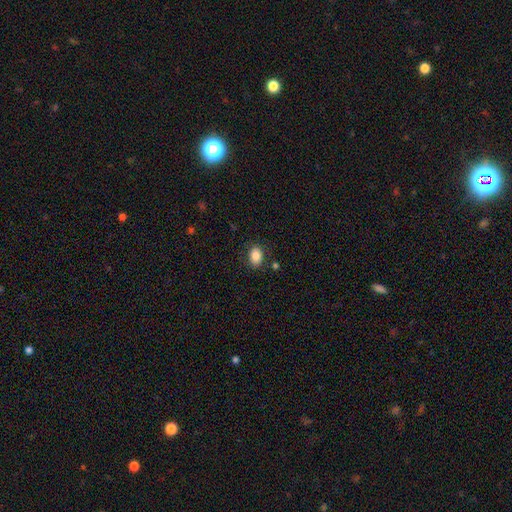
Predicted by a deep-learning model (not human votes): A smooth galaxy with no disk features (85%) that is in between round and cigar-shaped (80%). Merging: none (83%).